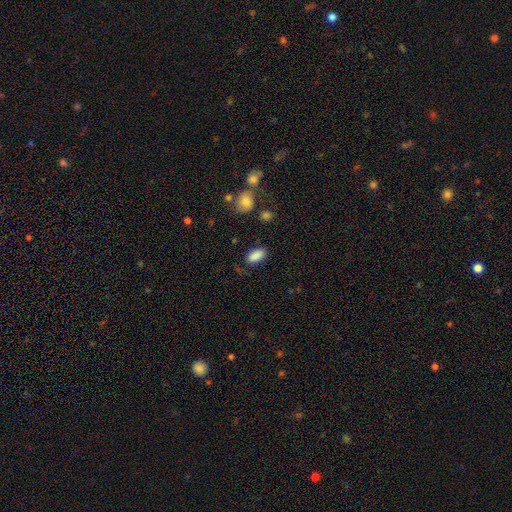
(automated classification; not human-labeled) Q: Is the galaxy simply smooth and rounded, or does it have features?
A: smooth — 87%.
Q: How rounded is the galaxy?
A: in between — 93%.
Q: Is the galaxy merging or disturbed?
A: none — 78%.